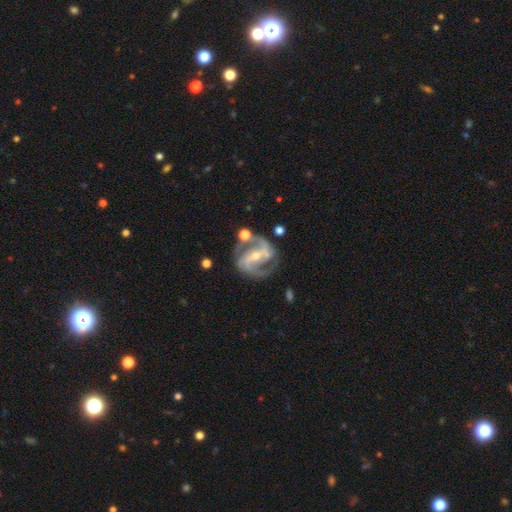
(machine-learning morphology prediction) Overall: featured or disk (91%). Edge-on disk: no (97%). Bar: strong (63%; weak 25%). Spiral arms: yes (98%). Spiral arm count: 2 (89%). Spiral winding: medium (58%; tight 25%). Bulge size: small (60%; moderate 37%). Merging: none (71%).